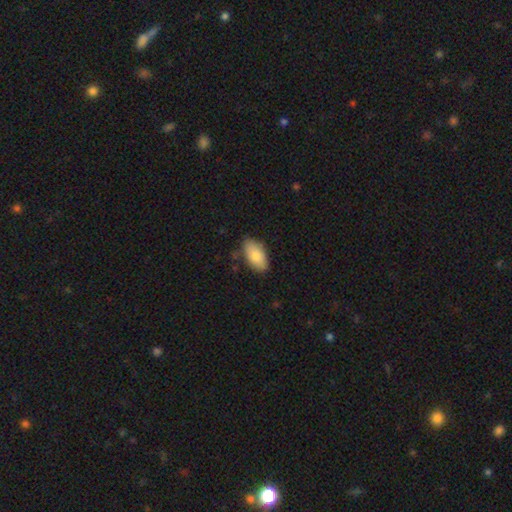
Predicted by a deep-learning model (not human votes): Smooth or featured? smooth (84%)
How rounded? in between (94%)
Merging? none (78%)